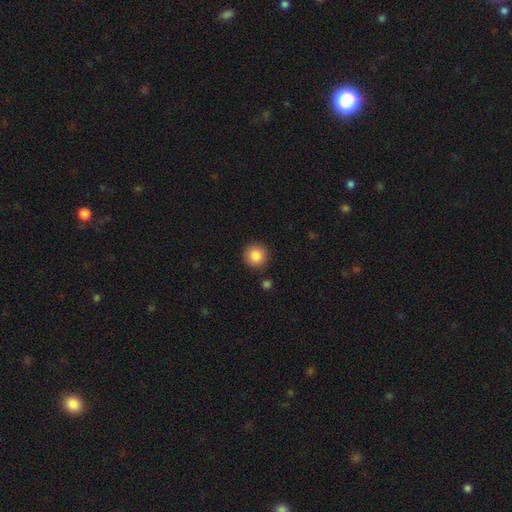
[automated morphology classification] type=smooth (86%); roundness=round (94%); merging=none (89%).